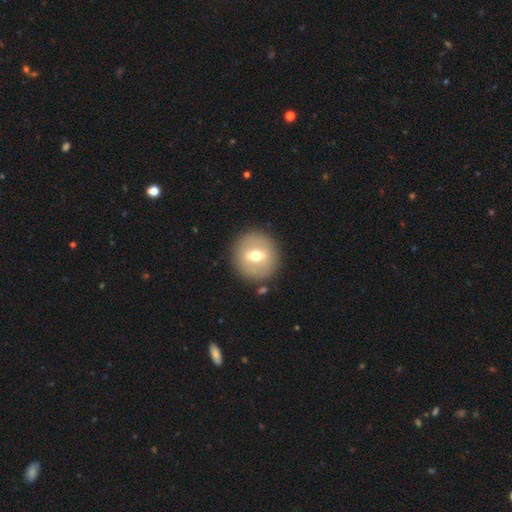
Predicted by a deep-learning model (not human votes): Morphology: type=smooth (54%); roundness=round (90%); merging=none (88%).